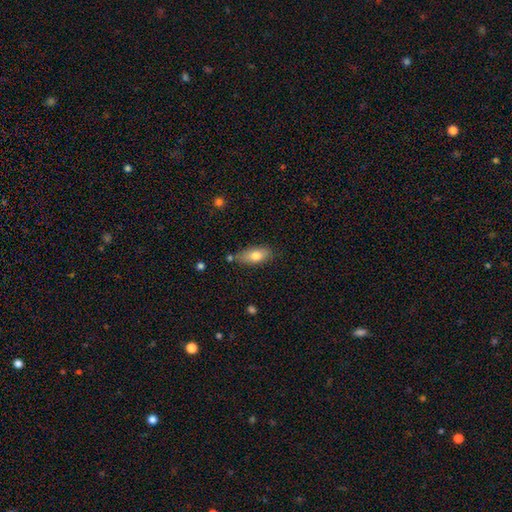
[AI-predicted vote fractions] Smooth or featured: smooth — 76% (featured or disk — 17%)
How rounded: in between — 83% (cigar-shaped — 13%)
Merging: none — 67% (minor disturbance — 22%)